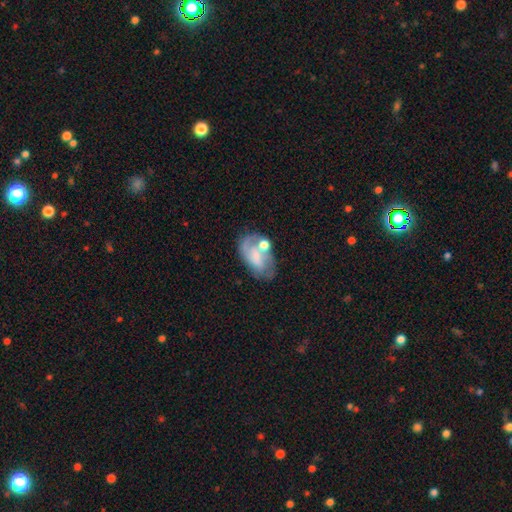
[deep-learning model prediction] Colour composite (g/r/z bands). It shows a featured or disk galaxy (55%) with no bar (54%), spiral arms (68%) and a small central bulge (38%). Merging: none (42%).